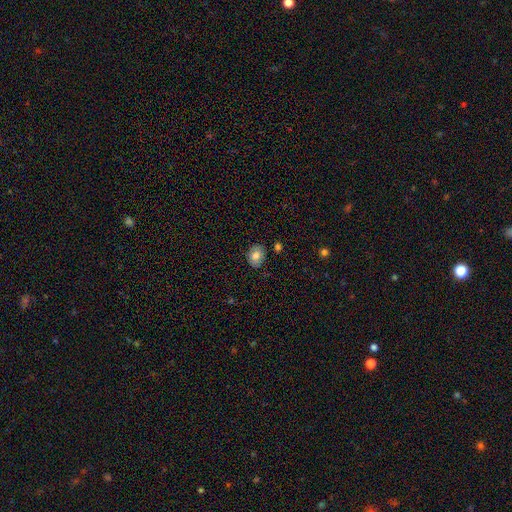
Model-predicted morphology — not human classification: type=smooth (77%); roundness=in between (53%); merging=none (82%).